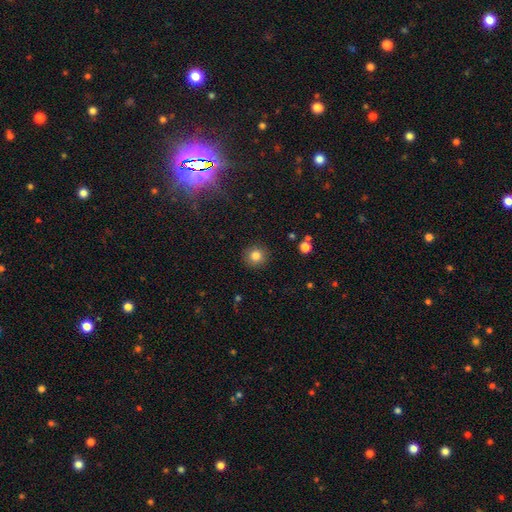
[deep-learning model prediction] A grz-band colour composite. It shows a smooth galaxy with no disk features (83%) that is round (92%). Merging: none (91%).